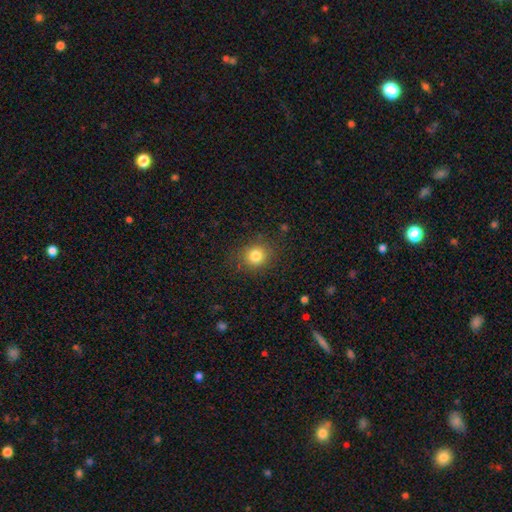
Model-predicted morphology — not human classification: Smooth or featured: smooth — 82% (star or artifact — 12%)
How rounded: round — 82% (in between — 17%)
Merging: none — 85% (minor disturbance — 10%)